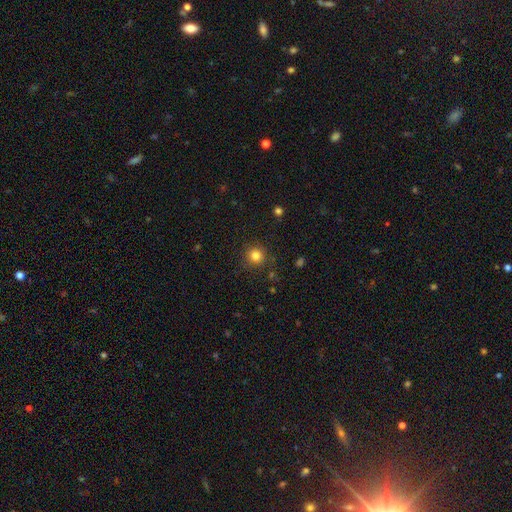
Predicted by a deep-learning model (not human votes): smooth_or_featured: smooth (p=0.81) [alt: star or artifact p=0.13]
how_rounded: round (p=0.94) [alt: in between p=0.05]
merging: none (p=0.89) [alt: minor disturbance p=0.07]